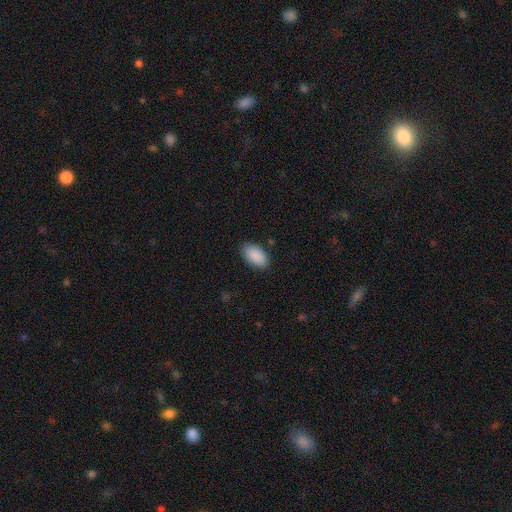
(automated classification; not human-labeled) smooth 91%, star or artifact 6%, featured or disk 3%. Down the decision tree: how rounded — in between (95%); merging — none (86%).